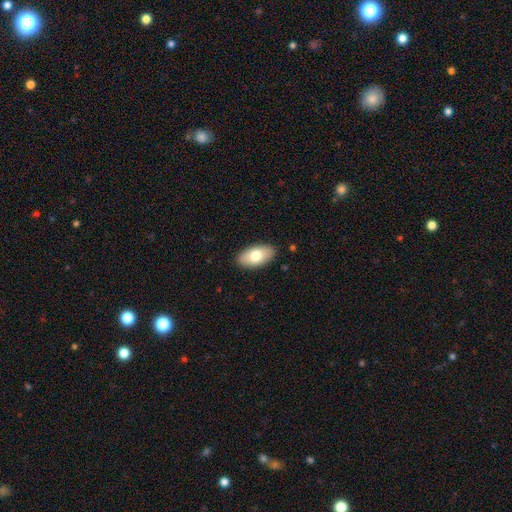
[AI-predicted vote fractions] Overall: smooth (76%). How rounded: in between (94%). Merging: none (89%).